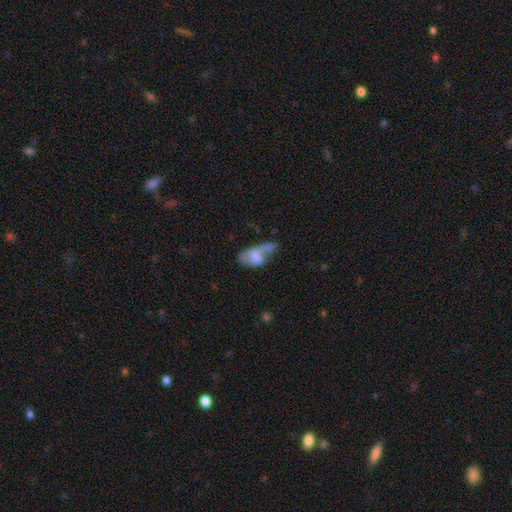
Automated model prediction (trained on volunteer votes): Morphology: type=smooth (53%); roundness=in between (87%); merging=major disturbance (40%).